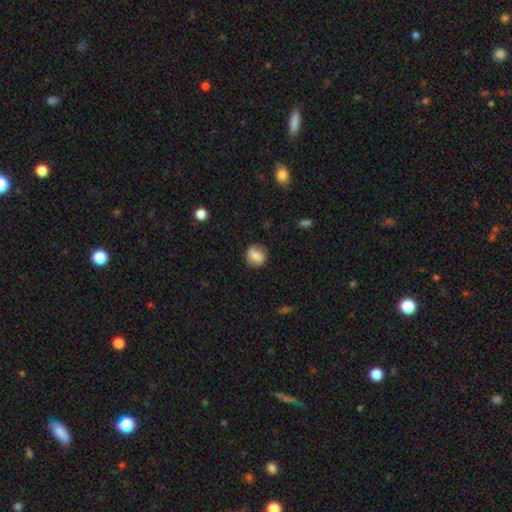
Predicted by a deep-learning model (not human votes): This appears to be a smooth galaxy with no disk features (75%) that is round (74%). Merging: none (80%).